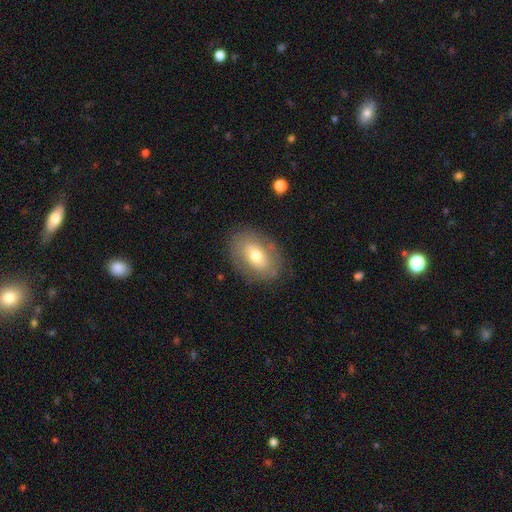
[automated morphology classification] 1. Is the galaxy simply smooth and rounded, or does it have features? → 60% smooth, 33% featured or disk, 7% star or artifact.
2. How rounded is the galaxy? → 81% in between, 17% round, 1% cigar-shaped.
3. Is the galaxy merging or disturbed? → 81% none, 13% minor disturbance, 5% major disturbance, 1% merger.